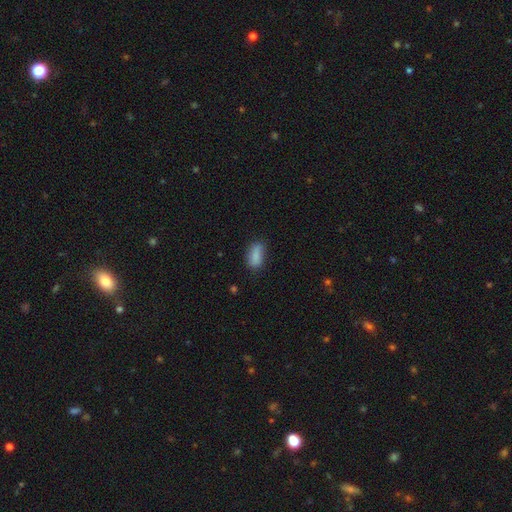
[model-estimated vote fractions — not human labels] Overall: smooth (85%). How rounded: in between (85%). Merging: none (70%).